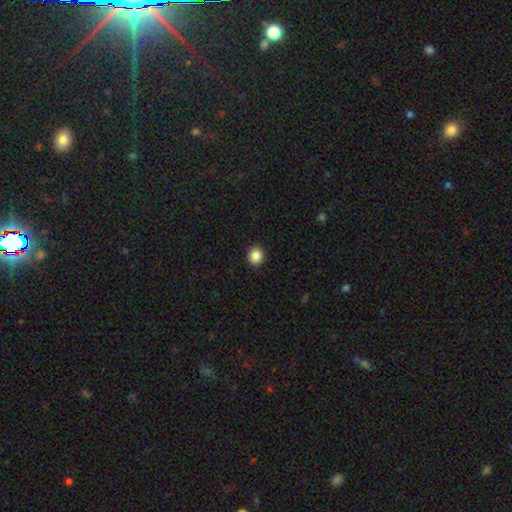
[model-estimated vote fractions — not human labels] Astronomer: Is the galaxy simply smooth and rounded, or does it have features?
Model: smooth — 87%.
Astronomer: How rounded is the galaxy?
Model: round — 87%.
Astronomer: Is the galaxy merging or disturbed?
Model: none — 92%.